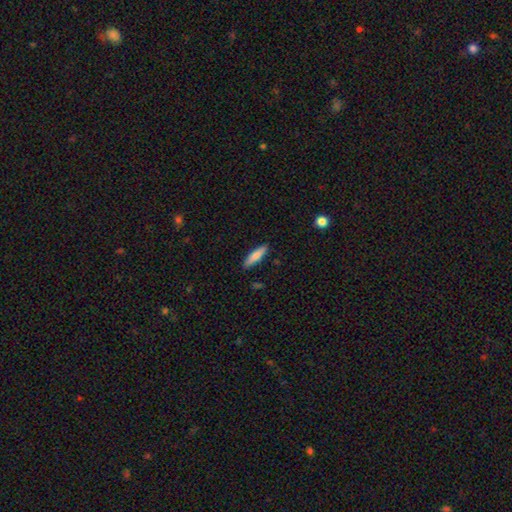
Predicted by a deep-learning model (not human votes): smooth 79%, featured or disk 15%, star or artifact 6%. Down the decision tree: how rounded — cigar-shaped (73%); merging — none (88%).